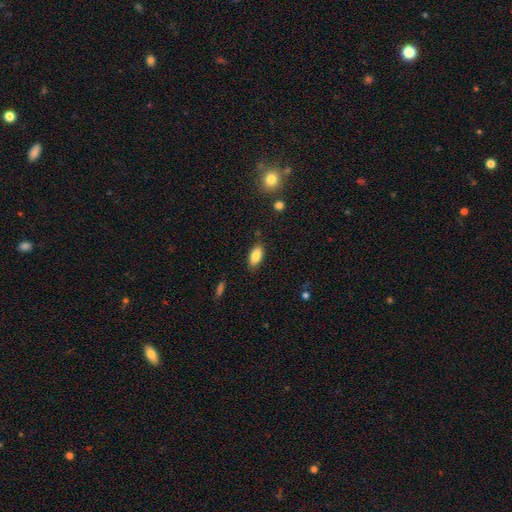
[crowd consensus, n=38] smooth_or_featured: smooth (p=0.92) [alt: star or artifact p=0.08]
how_rounded: in between (p=0.97) [alt: cigar-shaped p=0.03]
merging: none (p=0.71) [alt: minor disturbance p=0.23]